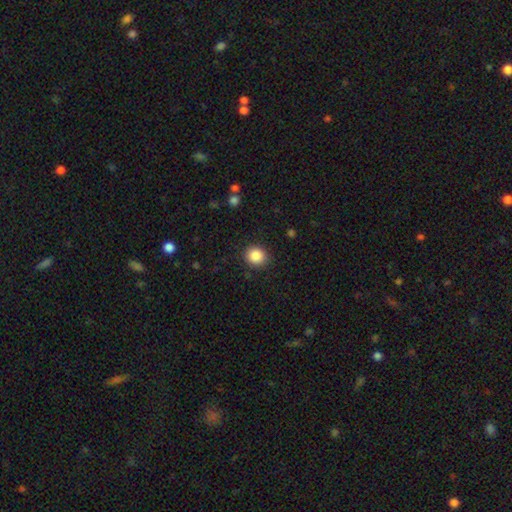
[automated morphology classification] smooth-or-featured: smooth: 87% | star or artifact: 9% | featured or disk: 3%
  how-rounded: round: 83% | in between: 16% | cigar-shaped: 1%
  merging: none: 89% | minor disturbance: 7% | major disturbance: 2% | merger: 1%